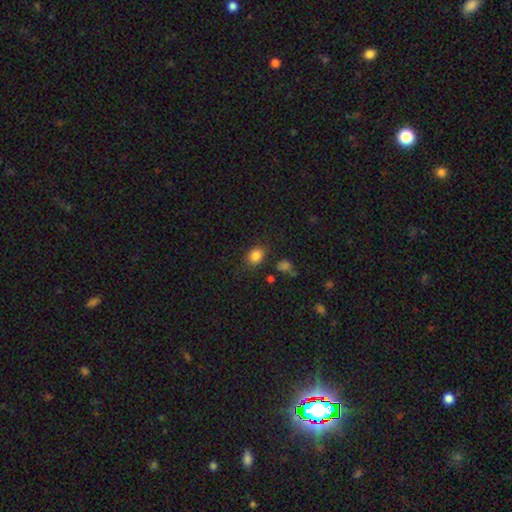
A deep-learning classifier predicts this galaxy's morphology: A smooth galaxy with no disk features (84%) that is in between round and cigar-shaped (53%).

Vote fractions:
- Smooth or featured? smooth: 84% / star or artifact: 11% / featured or disk: 5%
- How rounded? in between: 53% / round: 46% / cigar-shaped: 1%
- Merging? none: 79% / minor disturbance: 14% / major disturbance: 4% / merger: 3%